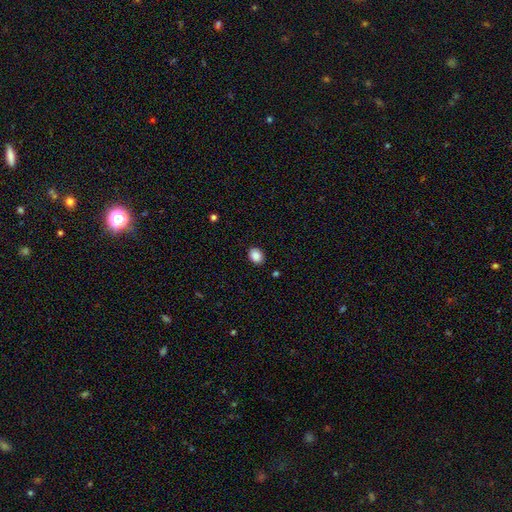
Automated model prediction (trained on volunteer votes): Morphology: type=smooth (88%); roundness=in between (58%); merging=none (89%).